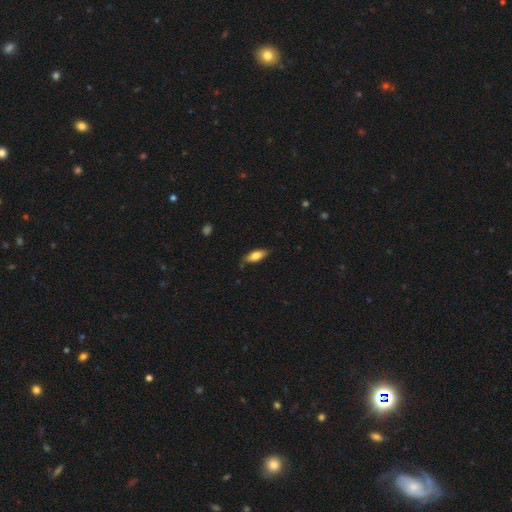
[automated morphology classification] This appears to be a smooth galaxy with no disk features (74%) that is in between round and cigar-shaped (73%). Merging: none (71%).